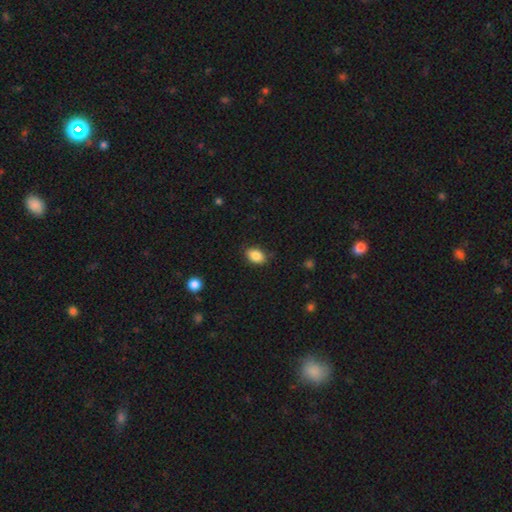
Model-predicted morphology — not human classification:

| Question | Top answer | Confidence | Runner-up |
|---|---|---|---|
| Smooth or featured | smooth | 87% | star or artifact (8%) |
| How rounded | in between | 85% | round (14%) |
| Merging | none | 82% | minor disturbance (14%) |